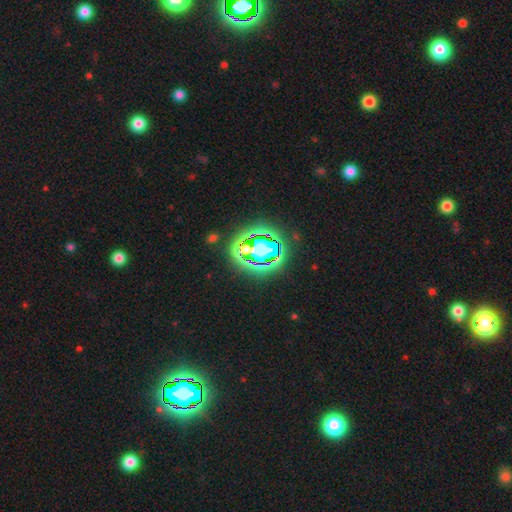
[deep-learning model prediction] A star or artifact, not a galaxy (61%).